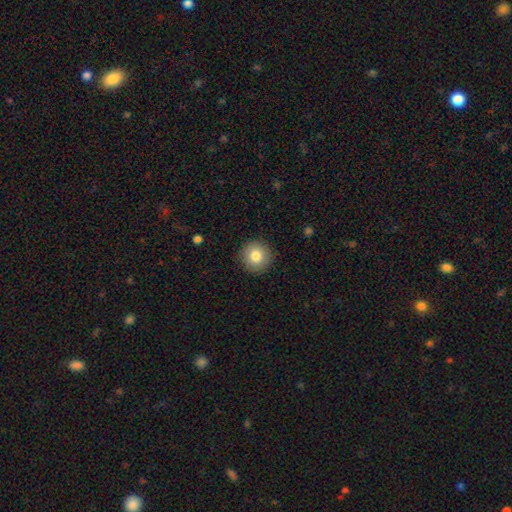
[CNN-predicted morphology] Q: Smooth or featured?
A: smooth (82%); runner-up: featured or disk (9%)
Q: How rounded?
A: round (95%); runner-up: in between (4%)
Q: Merging?
A: none (91%); runner-up: minor disturbance (6%)